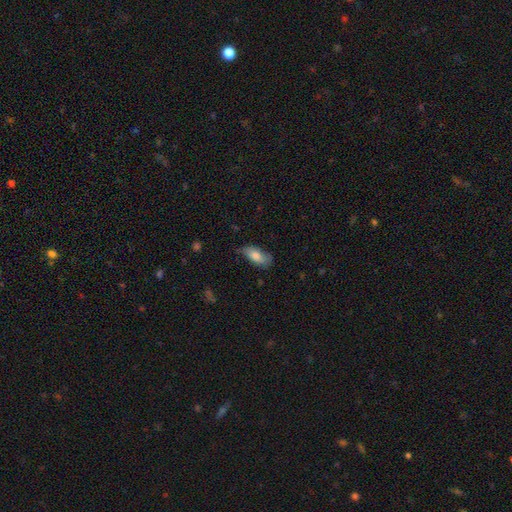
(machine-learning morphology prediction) smooth-or-featured: smooth: 74% | featured or disk: 19% | star or artifact: 7%
  how-rounded: in between: 88% | cigar-shaped: 9% | round: 3%
  merging: none: 62% | minor disturbance: 29% | major disturbance: 8% | merger: 2%